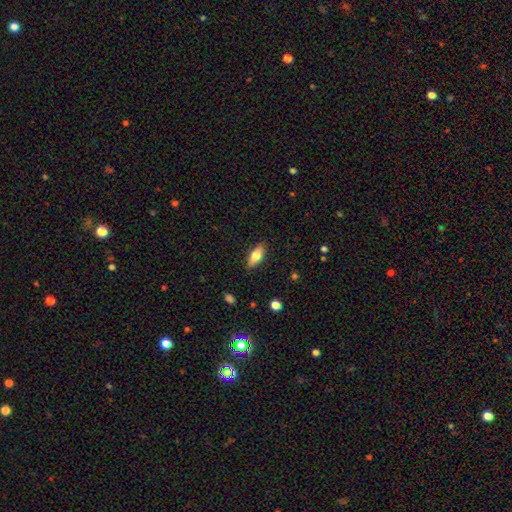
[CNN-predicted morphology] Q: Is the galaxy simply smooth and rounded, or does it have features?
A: smooth — 75%.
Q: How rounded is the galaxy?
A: in between — 79%.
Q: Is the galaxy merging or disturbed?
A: none — 87%.